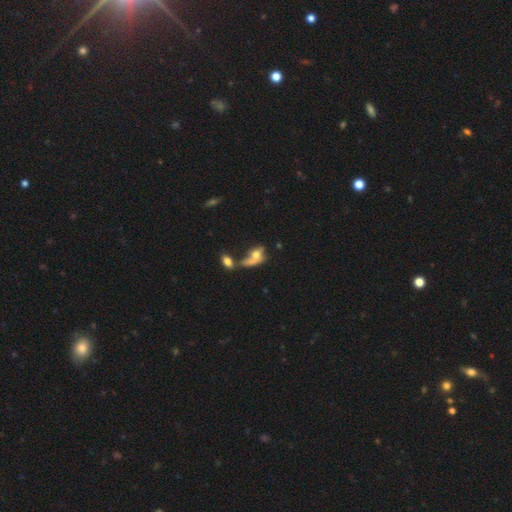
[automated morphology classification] smooth-or-featured: smooth: 57% | featured or disk: 32% | star or artifact: 12%
  how-rounded: in between: 72% | round: 18% | cigar-shaped: 10%
  merging: merger: 46% | major disturbance: 23% | none: 19% | minor disturbance: 12%